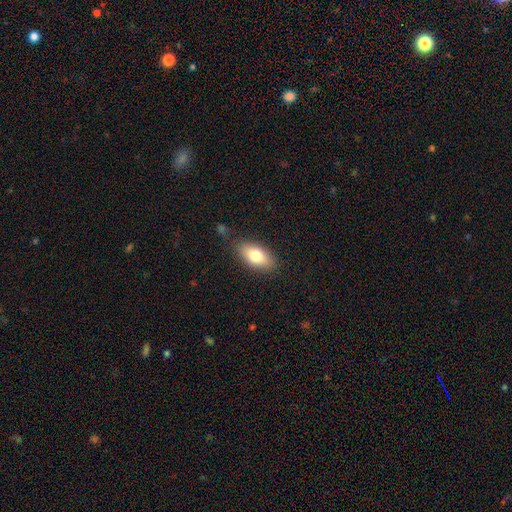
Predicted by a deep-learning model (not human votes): A smooth galaxy with no disk features (77%) that is in between round and cigar-shaped (87%). Merging: none (80%).